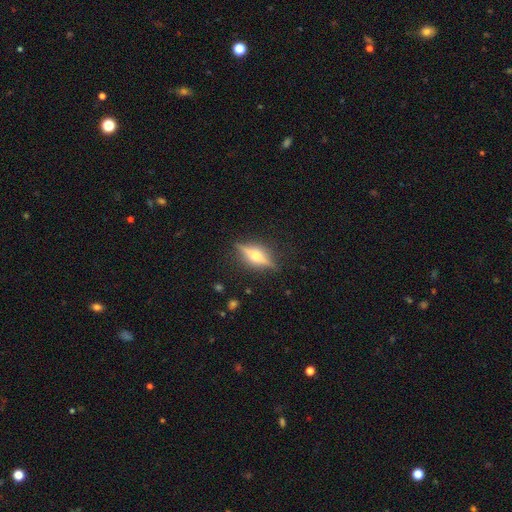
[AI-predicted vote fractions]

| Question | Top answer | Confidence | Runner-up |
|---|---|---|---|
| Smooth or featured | featured or disk | 76% | smooth (17%) |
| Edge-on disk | yes | 95% | no (5%) |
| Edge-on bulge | rounded | 93% | boxy (5%) |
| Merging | none | 86% | minor disturbance (10%) |